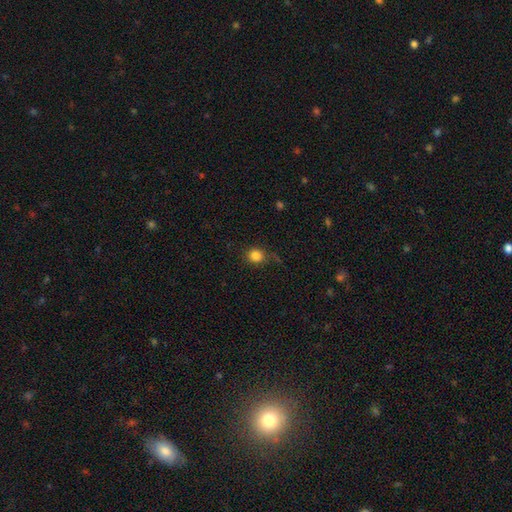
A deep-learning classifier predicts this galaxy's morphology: Smooth or featured? smooth (83%)
How rounded? round (86%)
Merging? none (76%)